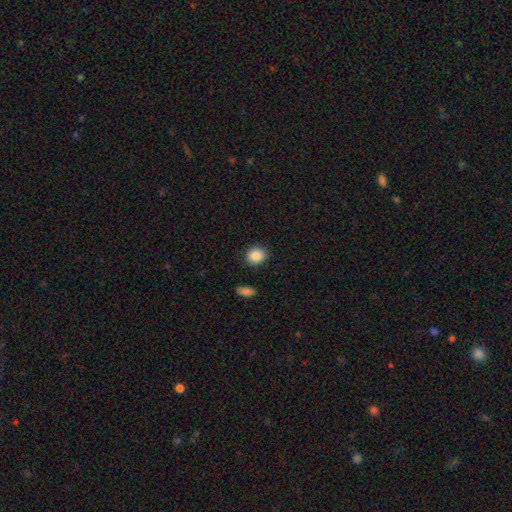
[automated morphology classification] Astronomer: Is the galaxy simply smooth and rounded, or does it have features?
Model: smooth — 88%.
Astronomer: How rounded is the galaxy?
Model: round — 72%.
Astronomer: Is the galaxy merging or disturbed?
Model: none — 87%.